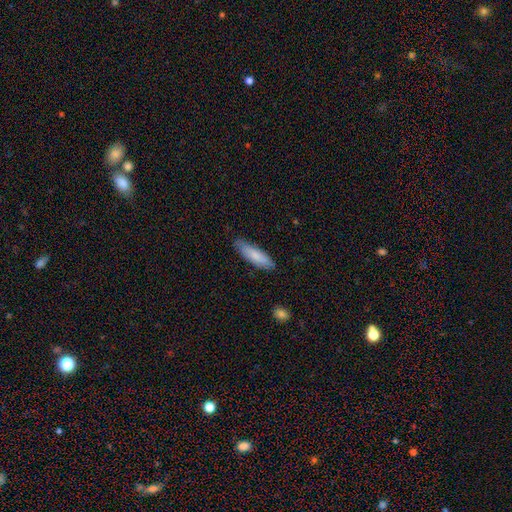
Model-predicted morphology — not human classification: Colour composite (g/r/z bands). It shows a smooth galaxy with no disk features (81%) that is cigar-shaped (58%). Merging: none (81%).